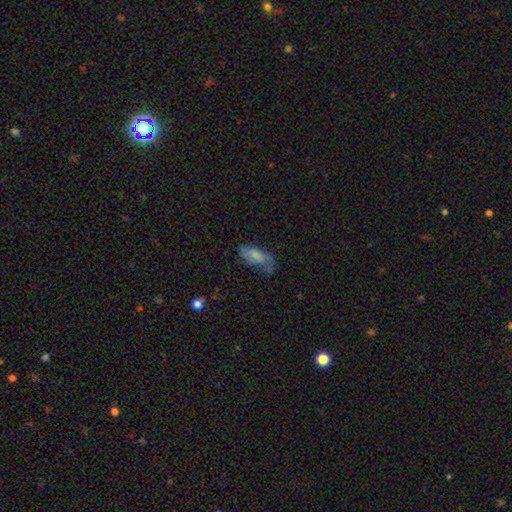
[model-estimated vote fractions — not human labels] A smooth galaxy with no disk features (64%) that is in between round and cigar-shaped (76%).

Vote fractions:
- Smooth or featured? smooth: 64% / featured or disk: 27% / star or artifact: 9%
- How rounded? in between: 76% / cigar-shaped: 21% / round: 2%
- Merging? none: 44% / minor disturbance: 32% / major disturbance: 21% / merger: 3%